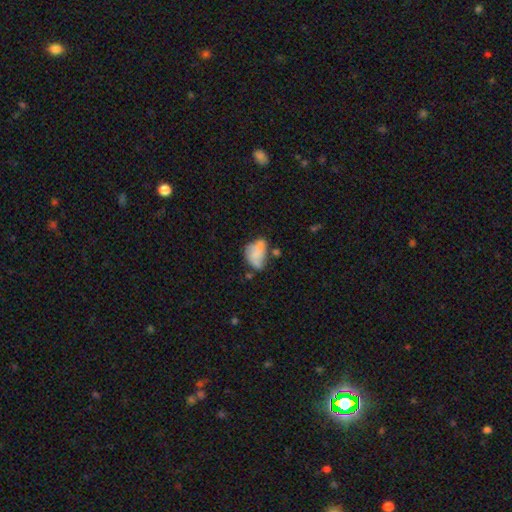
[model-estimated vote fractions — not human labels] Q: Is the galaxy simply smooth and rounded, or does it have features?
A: smooth — 64%.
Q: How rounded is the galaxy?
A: in between — 82%.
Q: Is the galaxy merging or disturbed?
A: minor disturbance — 32%.